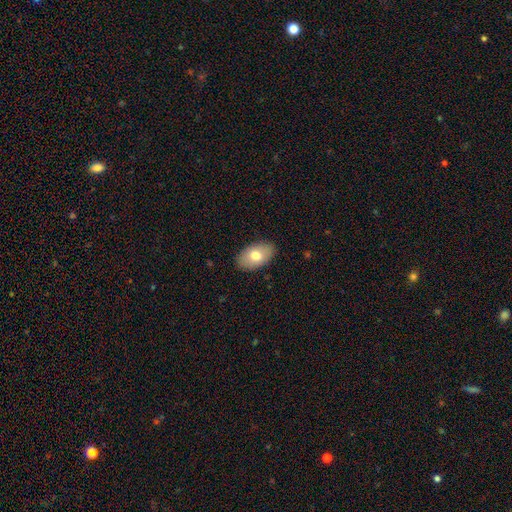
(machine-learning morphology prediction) This is likely a smooth galaxy (74%). How rounded: clearly in between (93%). Merging: clearly none (87%).